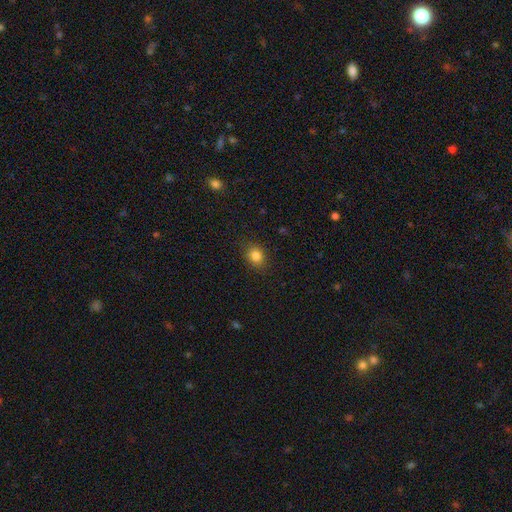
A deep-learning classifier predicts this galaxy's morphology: Smooth or featured: smooth — 84% (star or artifact — 11%)
How rounded: round — 57% (in between — 42%)
Merging: none — 86% (minor disturbance — 10%)